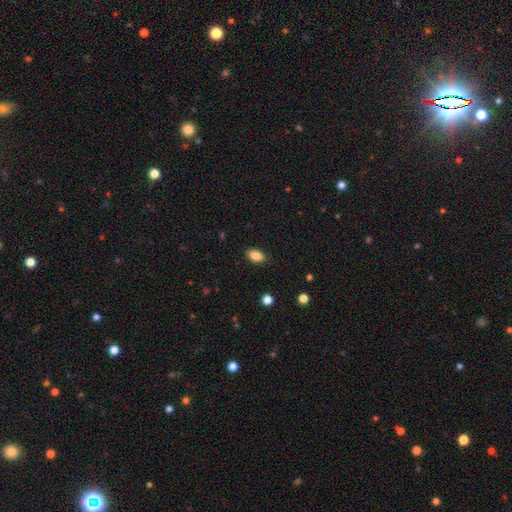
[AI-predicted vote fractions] Smooth or featured? smooth (87%)
How rounded? in between (90%)
Merging? none (88%)